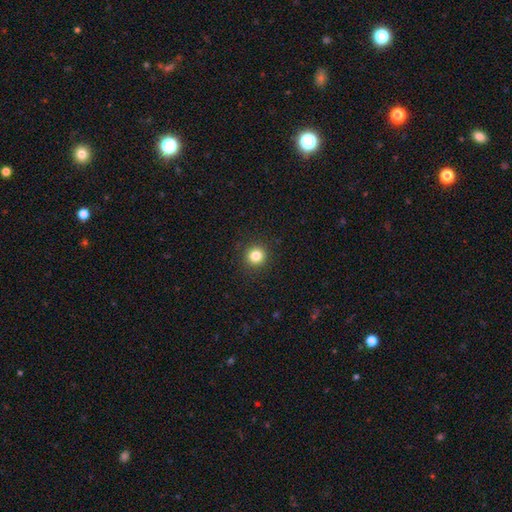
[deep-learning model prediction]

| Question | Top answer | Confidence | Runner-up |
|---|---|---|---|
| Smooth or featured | smooth | 83% | star or artifact (12%) |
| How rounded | round | 94% | in between (5%) |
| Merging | none | 92% | minor disturbance (5%) |